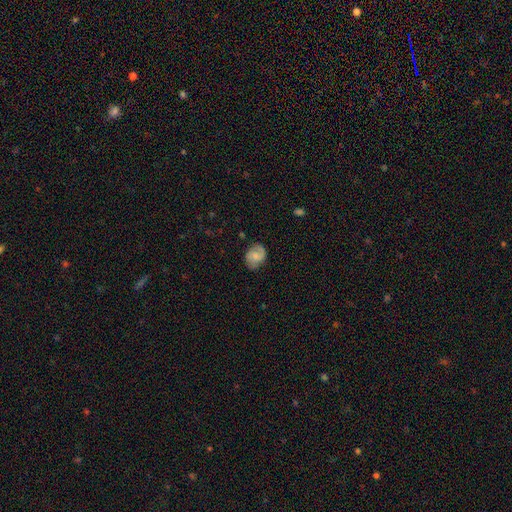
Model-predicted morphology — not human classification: Smooth or featured? smooth (47%)
Merging? none (73%)